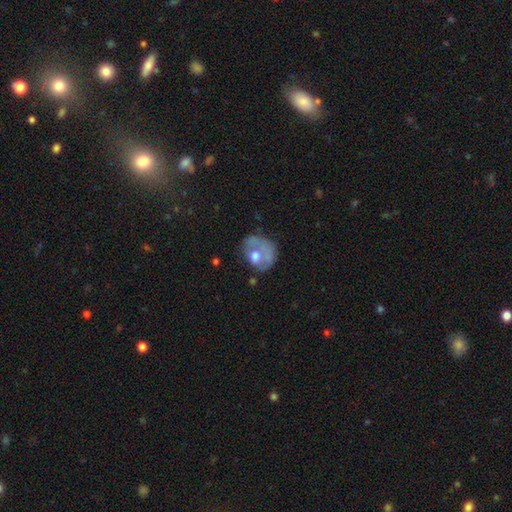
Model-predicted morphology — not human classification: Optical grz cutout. It shows a smooth galaxy with no disk features (50%). Merging: none (35%).